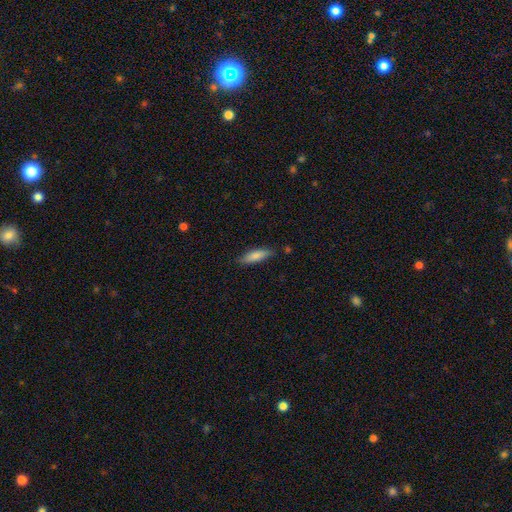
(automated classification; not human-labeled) smooth 81%, featured or disk 13%, star or artifact 6%. Down the decision tree: how rounded — cigar-shaped (56%); merging — none (80%).